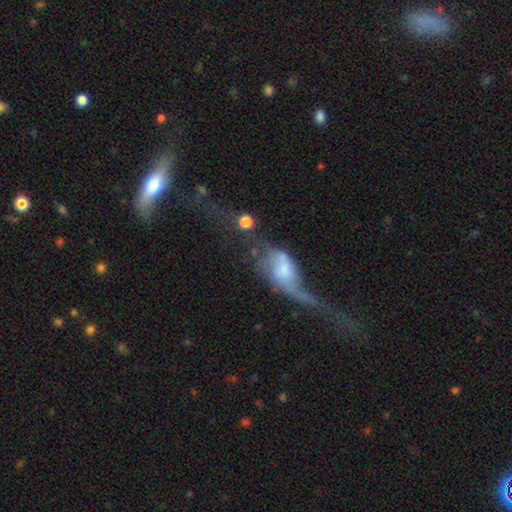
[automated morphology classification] smooth_or_featured: featured or disk (p=0.65) [alt: smooth p=0.20]
disk_edge_on: no (p=0.60) [alt: yes p=0.40]
merging: major disturbance (p=0.42) [alt: merger p=0.24]